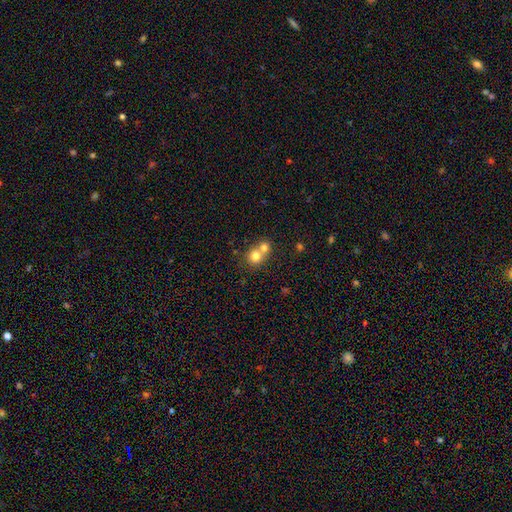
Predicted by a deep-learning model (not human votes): Smooth or featured: smooth — 75% (featured or disk — 14%)
How rounded: round — 82% (in between — 17%)
Merging: merger — 62% (none — 32%)